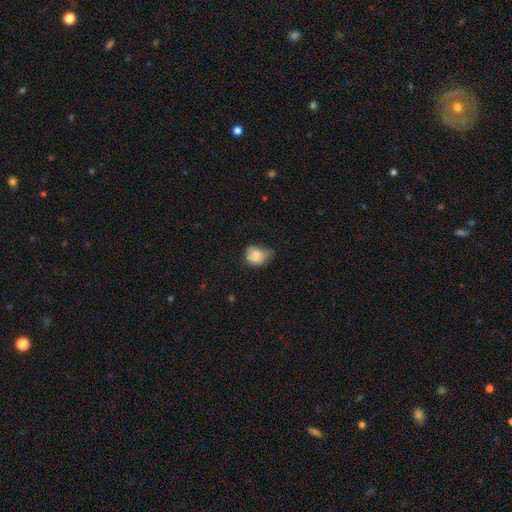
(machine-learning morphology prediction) smooth-or-featured: smooth: 80% | featured or disk: 11% | star or artifact: 9%
  how-rounded: in between: 53% | round: 46% | cigar-shaped: 1%
  merging: minor disturbance: 46% | none: 34% | major disturbance: 17% | merger: 3%